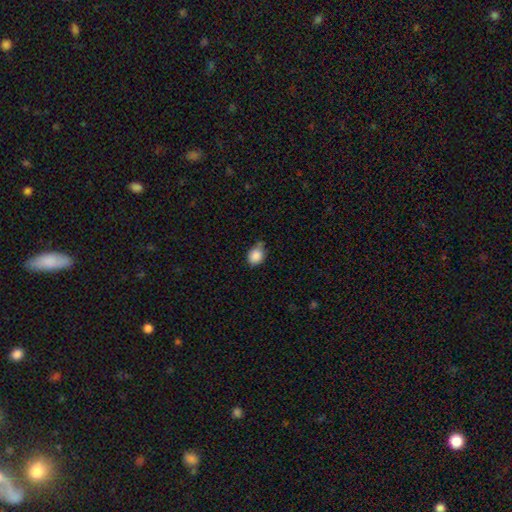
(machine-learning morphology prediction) This appears to be a smooth galaxy with no disk features (87%) that is round (52%). Merging: none (53%).